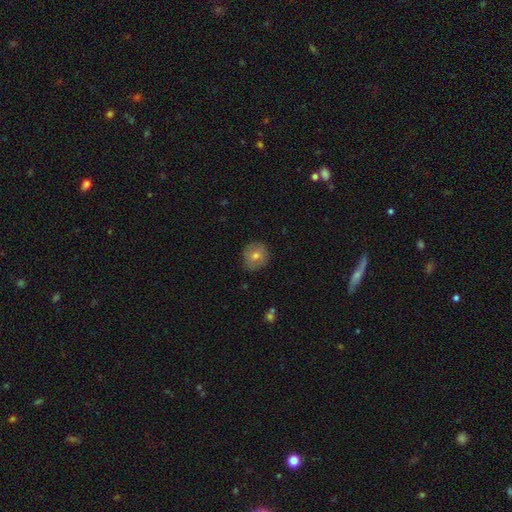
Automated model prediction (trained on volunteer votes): Smooth or featured? smooth (65%)
How rounded? round (85%)
Merging? none (82%)